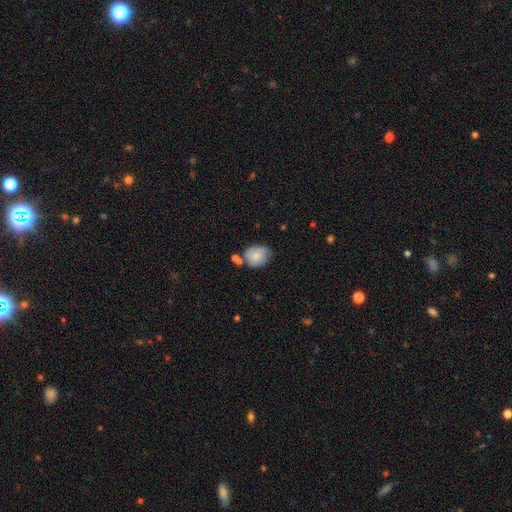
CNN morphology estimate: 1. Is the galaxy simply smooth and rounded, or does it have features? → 75% smooth, 17% featured or disk, 8% star or artifact.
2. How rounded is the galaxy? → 50% in between, 49% round, 1% cigar-shaped.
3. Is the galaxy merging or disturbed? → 53% none, 28% minor disturbance, 12% merger, 7% major disturbance.